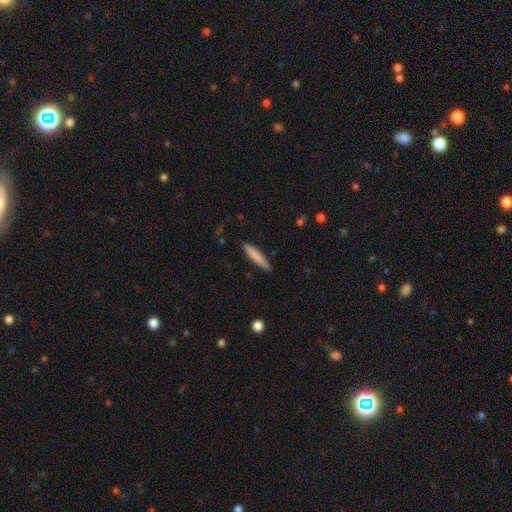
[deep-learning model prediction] A smooth galaxy with no disk features (79%) that is cigar-shaped (90%).

Vote fractions:
- Smooth or featured? smooth: 79% / featured or disk: 15% / star or artifact: 6%
- How rounded? cigar-shaped: 90% / in between: 8% / round: 1%
- Merging? none: 87% / minor disturbance: 10% / major disturbance: 2% / merger: 1%